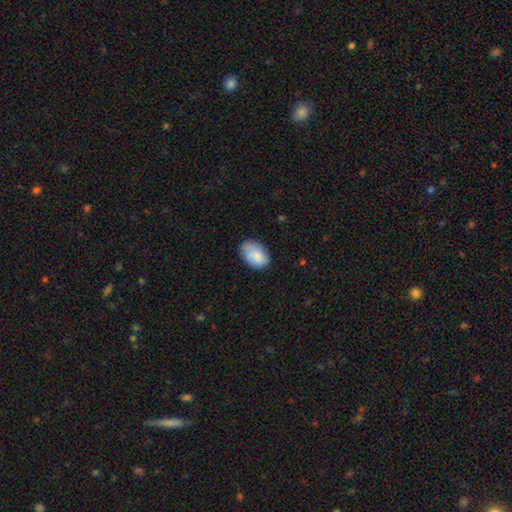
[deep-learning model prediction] Q: Smooth or featured?
A: smooth (77%); runner-up: featured or disk (17%)
Q: How rounded?
A: in between (84%); runner-up: round (15%)
Q: Merging?
A: none (70%); runner-up: minor disturbance (23%)